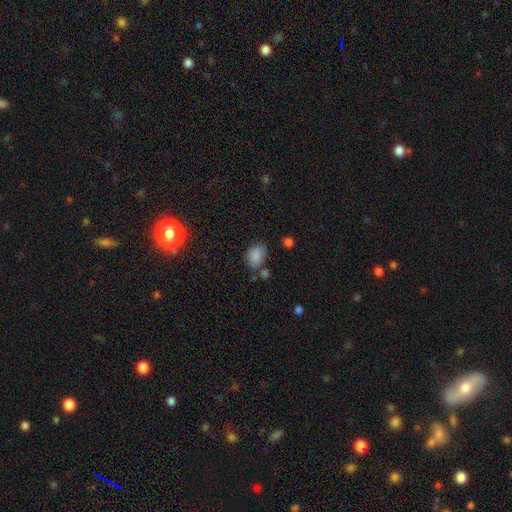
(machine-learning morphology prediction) Smooth or featured? Predicted: smooth (p=0.84). How rounded? Predicted: in between (p=0.73). Merging? Predicted: none (p=0.66).